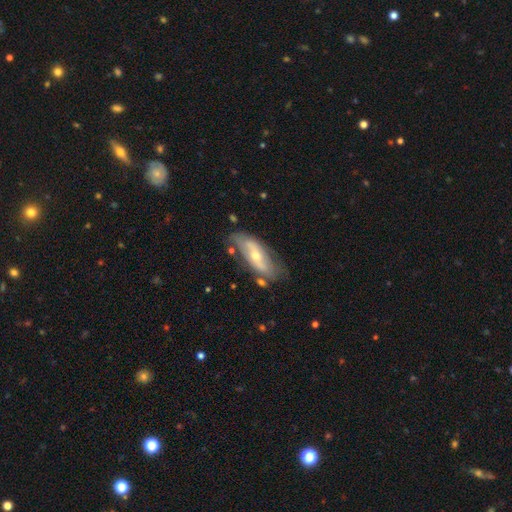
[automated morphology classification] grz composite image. It shows a featured or disk galaxy (60%). Merging: none (66%).